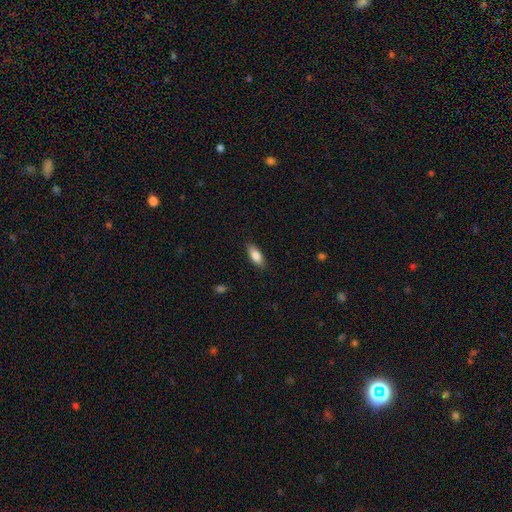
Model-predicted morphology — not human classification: The model was most divided on "how rounded": in between: 80%, cigar-shaped: 18%, round: 2%. More confident: merging — none (87%); smooth or featured — smooth (83%).